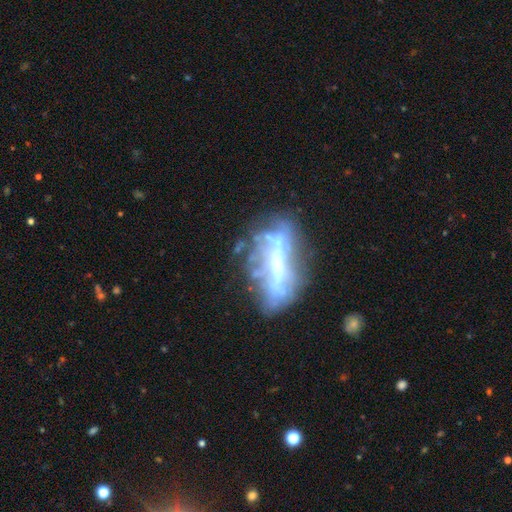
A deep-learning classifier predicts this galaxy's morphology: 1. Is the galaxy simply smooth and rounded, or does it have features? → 68% featured or disk, 20% smooth, 13% star or artifact.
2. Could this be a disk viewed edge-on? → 70% no, 30% yes.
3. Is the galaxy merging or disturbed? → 50% none, 21% minor disturbance, 20% major disturbance, 9% merger.